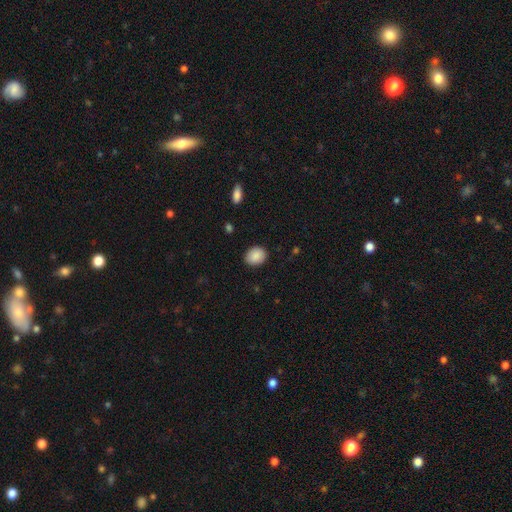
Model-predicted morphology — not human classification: This is clearly a smooth galaxy (89%). How rounded: possibly round (51%). Merging: clearly none (87%).